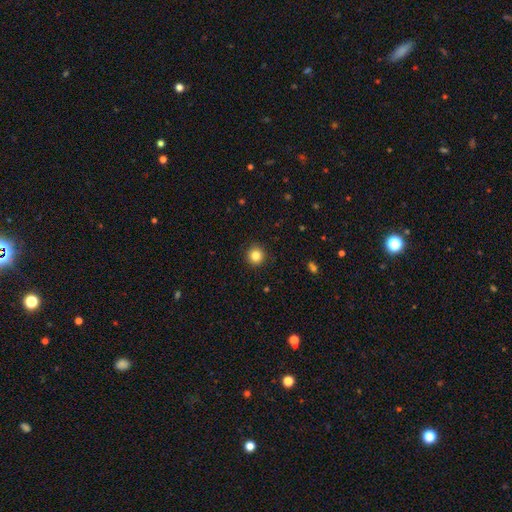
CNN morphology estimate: smooth-or-featured: smooth: 84% | star or artifact: 11% | featured or disk: 5%
  how-rounded: round: 95% | in between: 4% | cigar-shaped: 1%
  merging: none: 92% | minor disturbance: 5% | major disturbance: 2% | merger: 1%